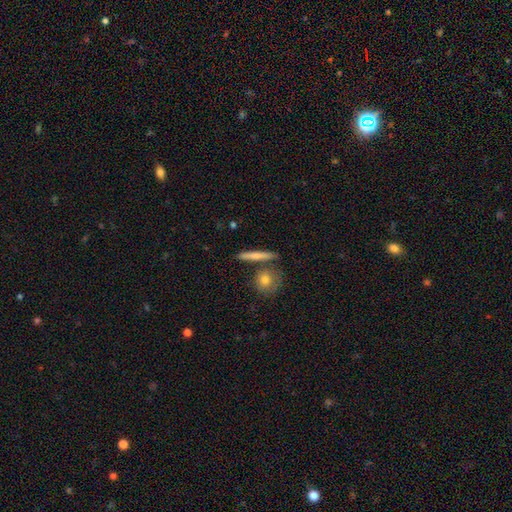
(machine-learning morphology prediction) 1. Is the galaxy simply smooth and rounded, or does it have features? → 68% smooth, 25% featured or disk, 6% star or artifact.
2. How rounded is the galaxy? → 82% cigar-shaped, 9% in between, 9% round.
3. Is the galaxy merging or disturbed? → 80% none, 10% merger, 8% minor disturbance, 3% major disturbance.